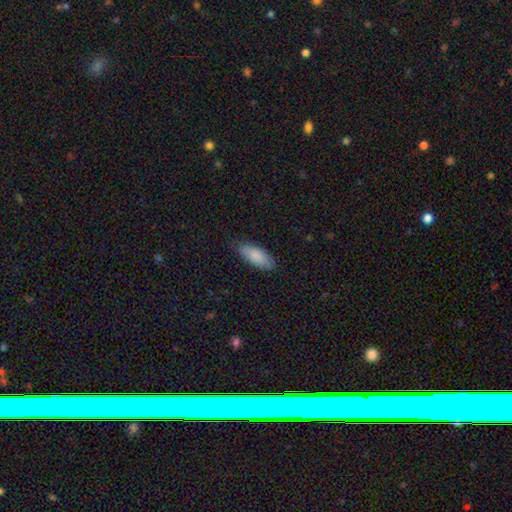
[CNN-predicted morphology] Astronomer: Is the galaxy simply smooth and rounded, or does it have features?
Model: smooth — 86%.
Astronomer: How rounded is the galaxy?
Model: in between — 80%.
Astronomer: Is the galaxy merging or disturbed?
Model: none — 82%.